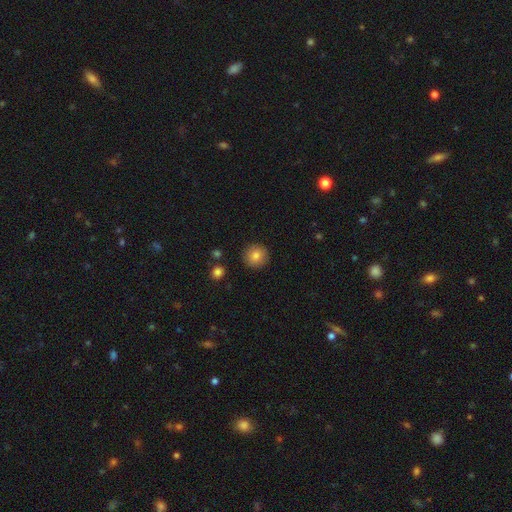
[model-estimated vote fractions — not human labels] Smooth or featured? Predicted: smooth (p=0.83). How rounded? Predicted: round (p=0.93). Merging? Predicted: none (p=0.91).